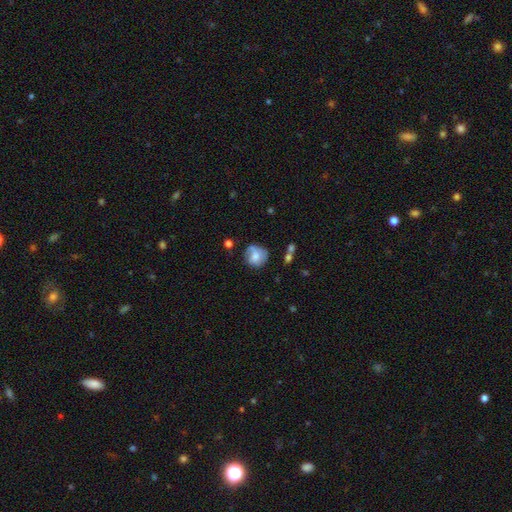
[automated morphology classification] This appears to be a smooth galaxy with no disk features (56%) that is round (80%). Merging: none (55%).